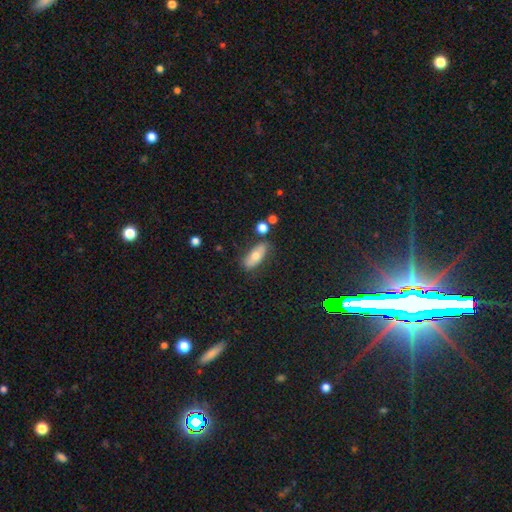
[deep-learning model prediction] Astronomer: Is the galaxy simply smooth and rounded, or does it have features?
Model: smooth — 68%.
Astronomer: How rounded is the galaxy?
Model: in between — 77%.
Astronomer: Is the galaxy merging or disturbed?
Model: none — 75%.